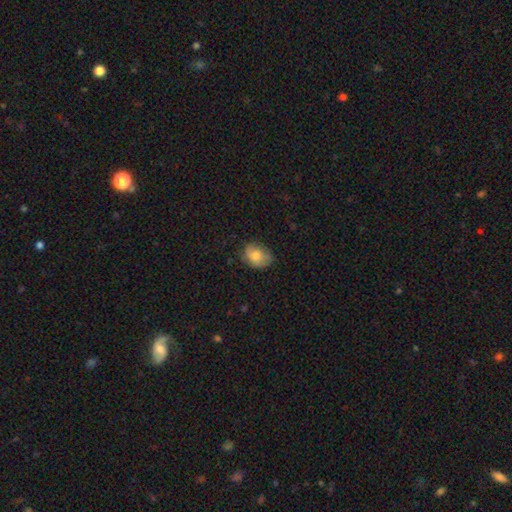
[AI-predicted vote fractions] smooth_or_featured: smooth (p=0.76) [alt: featured or disk p=0.17]
how_rounded: in between (p=0.60) [alt: round p=0.39]
merging: none (p=0.69) [alt: minor disturbance p=0.24]